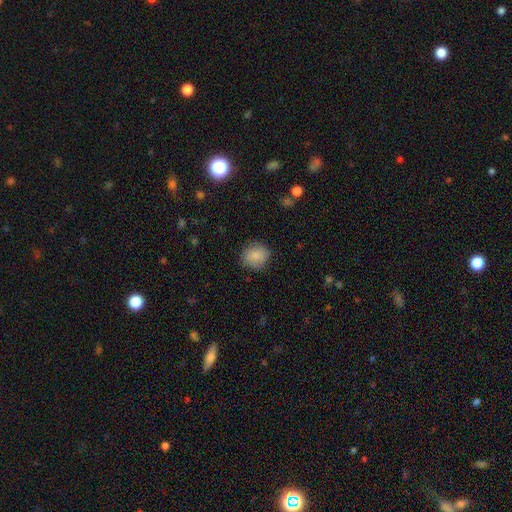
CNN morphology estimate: The model was most divided on "how rounded": round: 80%, in between: 19%, cigar-shaped: 1%. More confident: smooth or featured — smooth (86%); merging — none (83%).